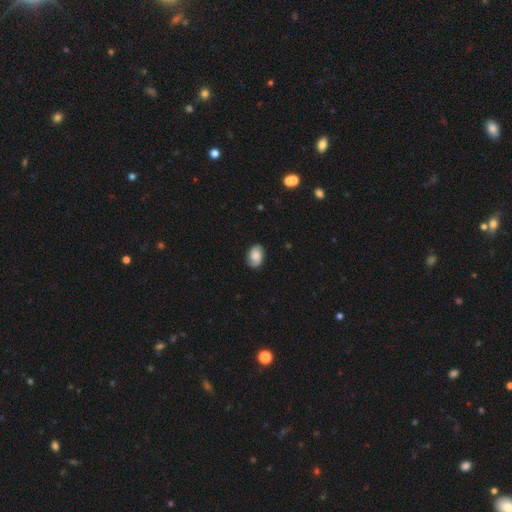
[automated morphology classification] smooth_or_featured: smooth (p=0.53) [alt: featured or disk p=0.39]
how_rounded: in between (p=0.78) [alt: round p=0.20]
merging: none (p=0.81) [alt: minor disturbance p=0.14]